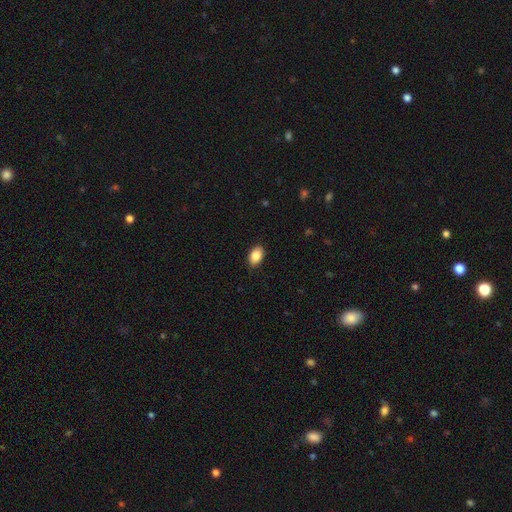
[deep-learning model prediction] Smooth or featured: smooth — 87% (star or artifact — 7%)
How rounded: in between — 90% (round — 8%)
Merging: none — 89% (minor disturbance — 8%)